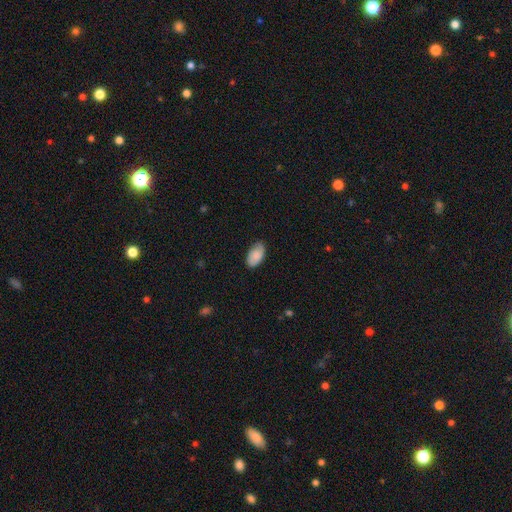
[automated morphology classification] Smooth or featured?
  - smooth: 84% *
  - featured or disk: 10%
  - star or artifact: 6%
How rounded?
  - in between: 95% *
  - round: 4%
  - cigar-shaped: 2%
Merging?
  - none: 78% *
  - minor disturbance: 18%
  - major disturbance: 3%
  - merger: 1%